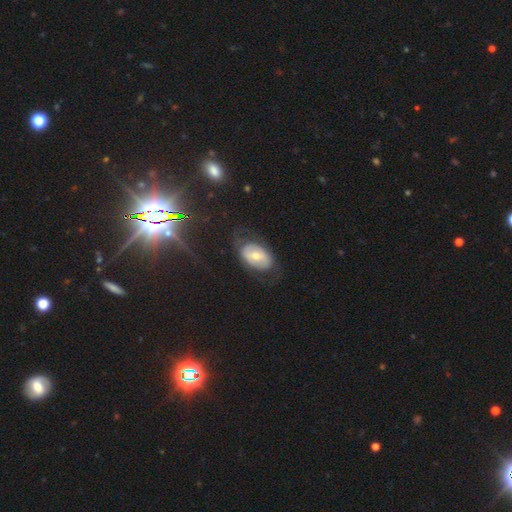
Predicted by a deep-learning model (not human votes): This appears to be a smooth galaxy with no disk features (47%). Merging: none (64%).